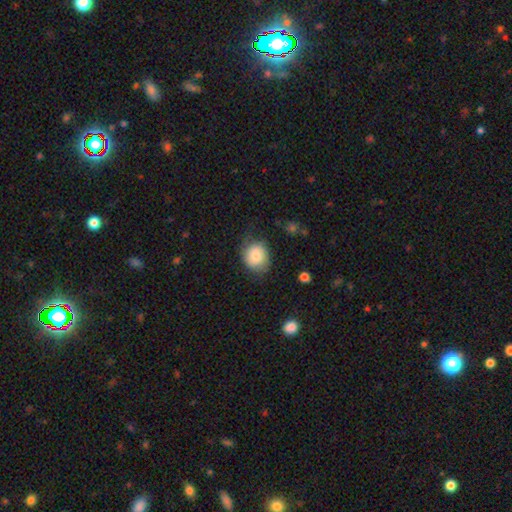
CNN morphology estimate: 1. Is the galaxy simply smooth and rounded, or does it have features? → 78% smooth, 14% featured or disk, 7% star or artifact.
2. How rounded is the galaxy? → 67% round, 32% in between, 1% cigar-shaped.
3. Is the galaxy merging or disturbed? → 63% none, 25% minor disturbance, 11% major disturbance, 2% merger.